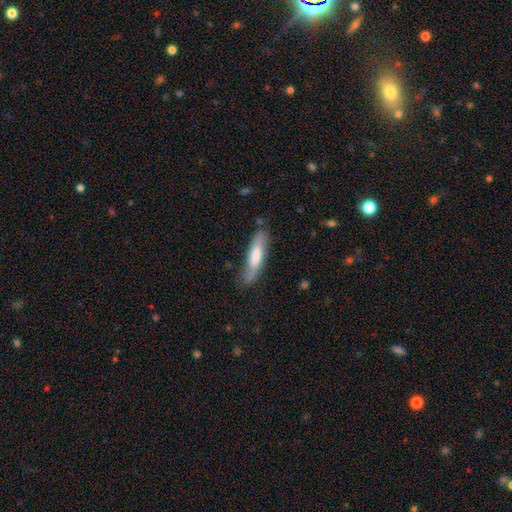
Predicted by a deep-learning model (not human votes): smooth_or_featured: smooth (p=0.56) [alt: featured or disk p=0.37]
how_rounded: cigar-shaped (p=0.79) [alt: in between p=0.20]
merging: none (p=0.73) [alt: minor disturbance p=0.20]